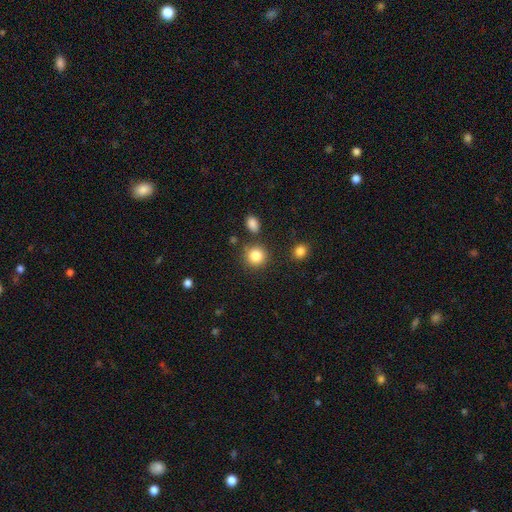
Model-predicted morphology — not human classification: This is clearly a smooth galaxy (85%). How rounded: clearly round (90%). Merging: clearly none (81%).